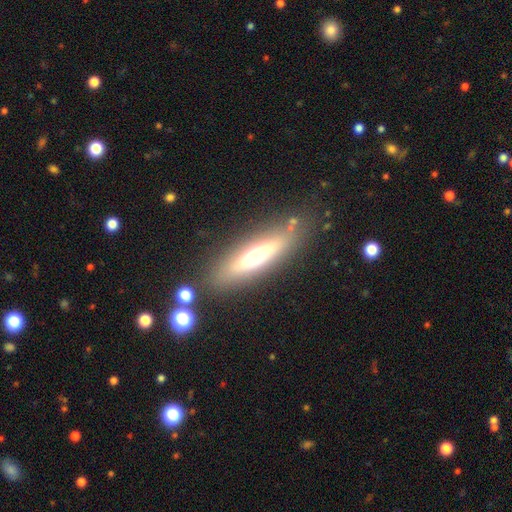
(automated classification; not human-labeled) Q: Smooth or featured?
A: smooth (48%); runner-up: featured or disk (43%)
Q: Merging?
A: none (80%); runner-up: minor disturbance (12%)